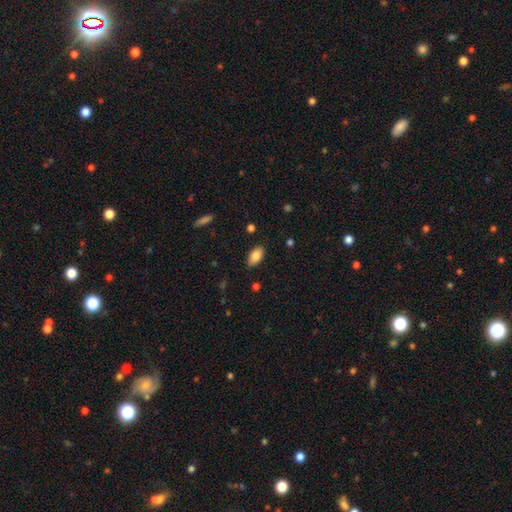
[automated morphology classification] Smooth or featured: smooth — 83% (featured or disk — 9%)
How rounded: in between — 93% (round — 4%)
Merging: none — 86% (minor disturbance — 10%)